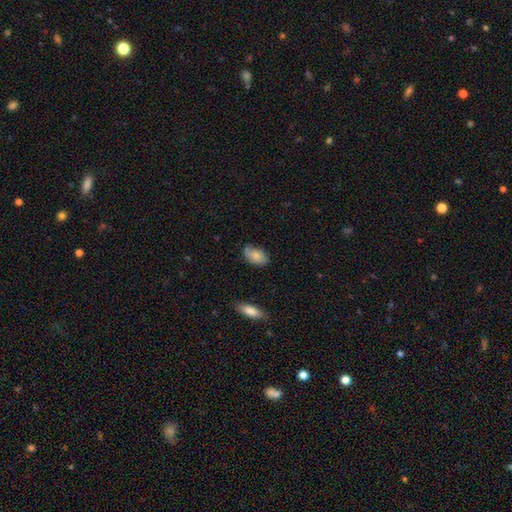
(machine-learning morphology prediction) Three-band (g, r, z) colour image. It shows a smooth galaxy with no disk features (75%) that is in between round and cigar-shaped (91%). Merging: none (62%).